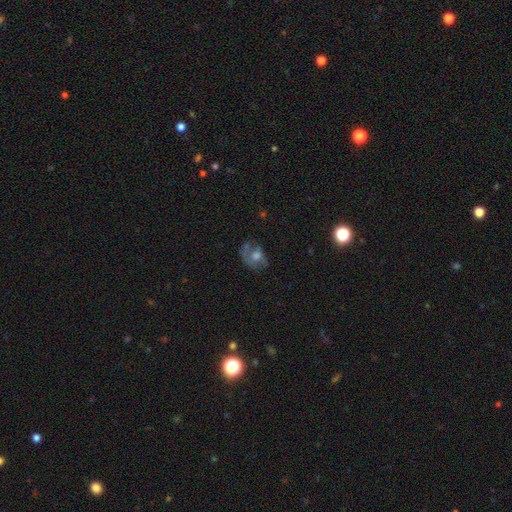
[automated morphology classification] This is marginally a featured or disk galaxy (45%). Merging: marginally none (44%).